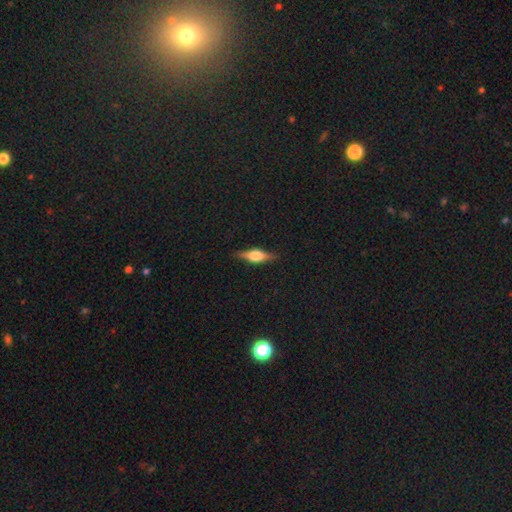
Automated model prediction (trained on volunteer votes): This is likely a featured or disk galaxy (61%). It is clearly viewed edge-on (96%). Edge-on bulge: clearly rounded (92%). Merging: clearly none (88%).